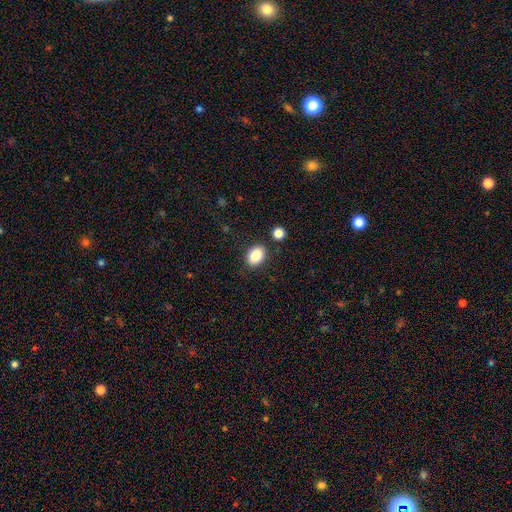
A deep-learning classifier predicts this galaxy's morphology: Q: Smooth or featured?
A: smooth (87%); runner-up: star or artifact (8%)
Q: How rounded?
A: in between (81%); runner-up: round (18%)
Q: Merging?
A: none (83%); runner-up: minor disturbance (10%)